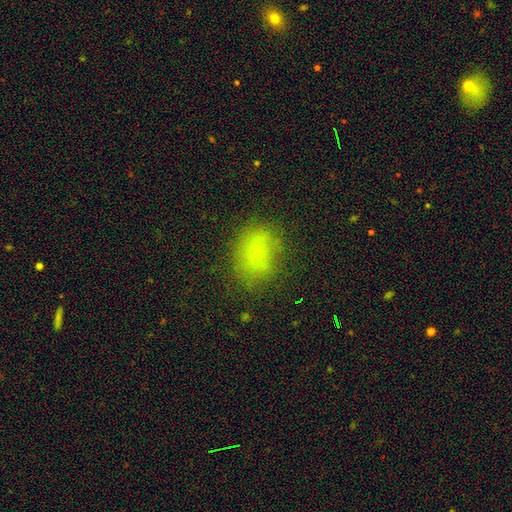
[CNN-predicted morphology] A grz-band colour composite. It shows a smooth galaxy with no disk features (76%) that is in between round and cigar-shaped (78%). Merging: none (74%).